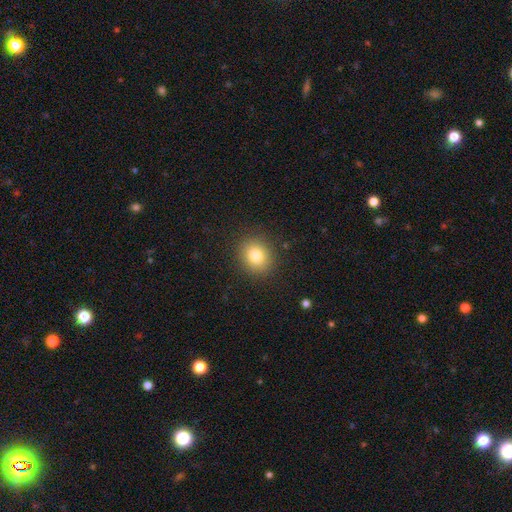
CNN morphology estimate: smooth_or_featured: smooth (p=0.81) [alt: star or artifact p=0.11]
how_rounded: round (p=0.74) [alt: in between p=0.25]
merging: none (p=0.89) [alt: minor disturbance p=0.07]